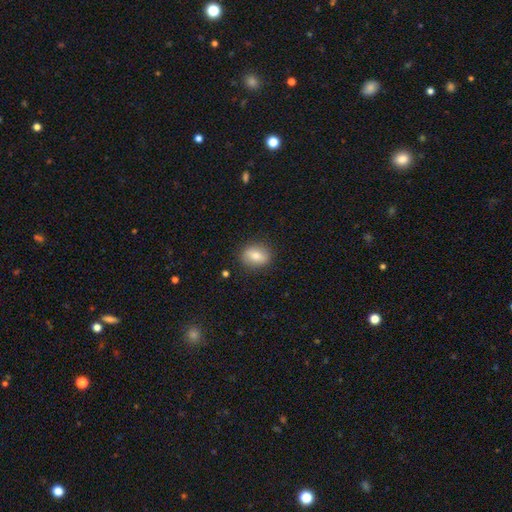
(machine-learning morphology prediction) smooth_or_featured: smooth (p=0.75) [alt: featured or disk p=0.18]
how_rounded: in between (p=0.62) [alt: round p=0.35]
merging: none (p=0.85) [alt: minor disturbance p=0.11]